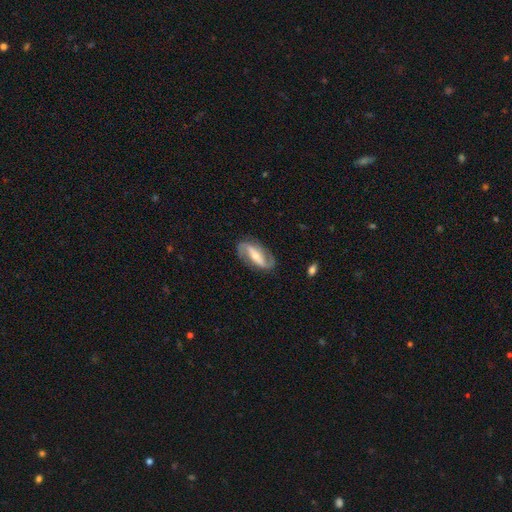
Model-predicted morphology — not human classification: Smooth or featured? featured or disk (85%)
Edge-on disk? no (94%)
Bar? strong (56%)
Spiral arms? yes (94%)
Spiral winding? loose (45%)
Spiral arm count? 2 (92%)
Bulge size? moderate (49%)
Merging? none (82%)